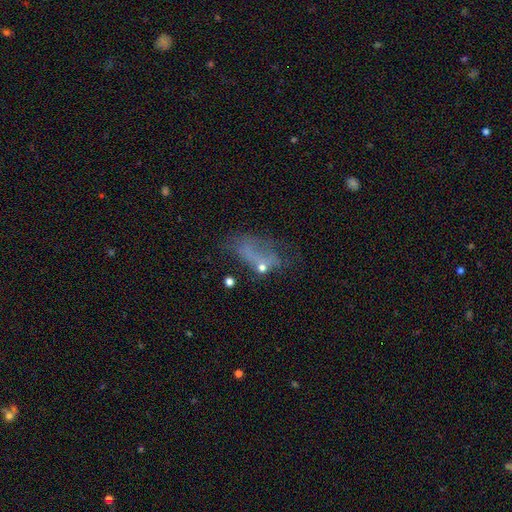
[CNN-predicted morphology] Smooth or featured: smooth — 37% (featured or disk — 35%)
Merging: none — 39% (major disturbance — 29%)